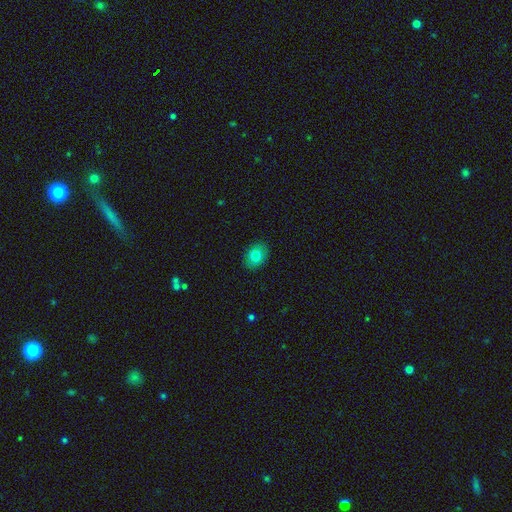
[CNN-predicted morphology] Overall: smooth (80%). How rounded: in between (67%; round 32%). Merging: none (88%).